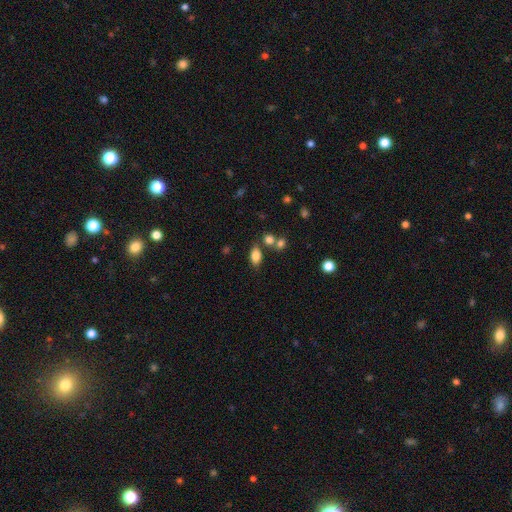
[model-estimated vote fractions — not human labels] A smooth galaxy with no disk features (81%) that is in between round and cigar-shaped (86%).

Vote fractions:
- Smooth or featured? smooth: 81% / star or artifact: 10% / featured or disk: 9%
- How rounded? in between: 86% / round: 11% / cigar-shaped: 3%
- Merging? none: 70% / merger: 13% / minor disturbance: 13% / major disturbance: 4%